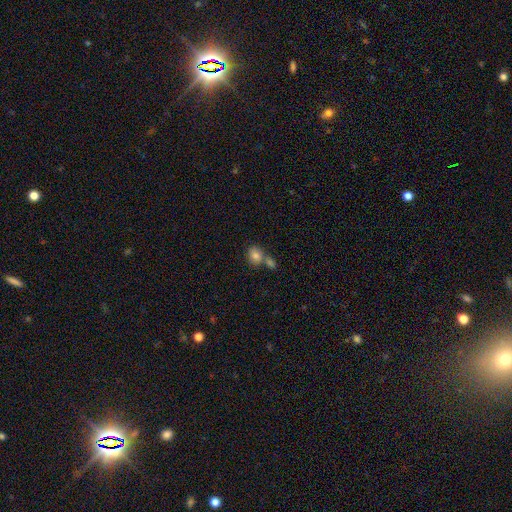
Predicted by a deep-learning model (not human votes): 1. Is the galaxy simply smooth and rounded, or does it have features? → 80% smooth, 10% featured or disk, 10% star or artifact.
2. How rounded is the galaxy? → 56% round, 43% in between, 1% cigar-shaped.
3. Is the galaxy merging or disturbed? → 45% none, 40% merger, 11% minor disturbance, 4% major disturbance.